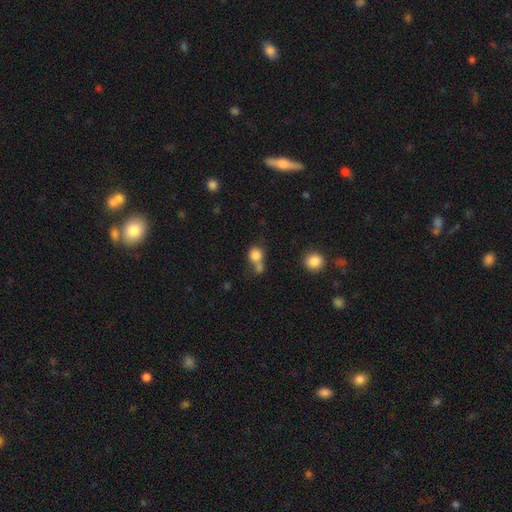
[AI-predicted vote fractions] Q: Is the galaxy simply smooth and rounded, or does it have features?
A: smooth — 81%.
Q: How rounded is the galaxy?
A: round — 80%.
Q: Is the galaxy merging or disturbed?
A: merger — 43%.